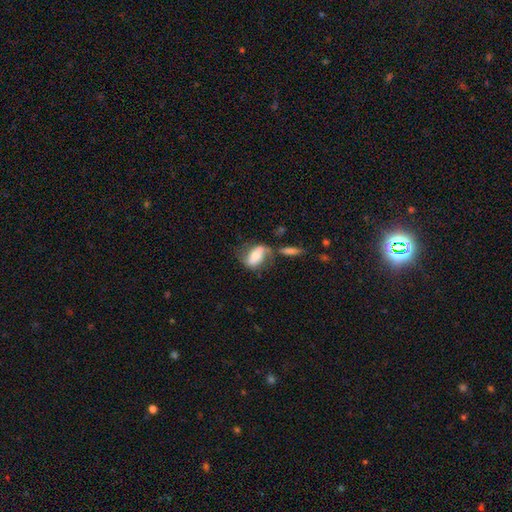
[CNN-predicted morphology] Smooth or featured? smooth (51%)
How rounded? in between (81%)
Merging? none (43%)